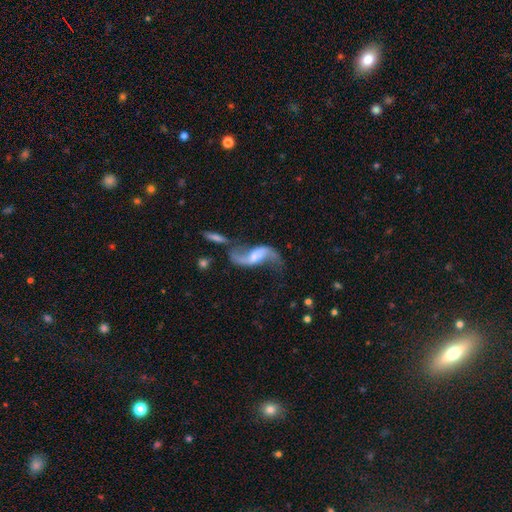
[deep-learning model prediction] This is clearly a featured or disk galaxy (84%). It is clearly not viewed edge-on (94%). Bar: marginally weak (44%). Spiral arm pattern: clearly yes (94%). Spiral arm count: clearly 2 (92%). Spiral winding: clearly loose (90%). Central bulge: marginally small (35%). Merging: possibly none (50%).